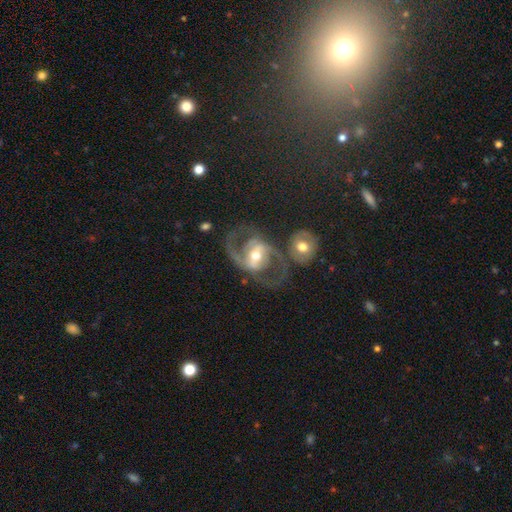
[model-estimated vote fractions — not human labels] Q: Smooth or featured?
A: featured or disk (86%); runner-up: smooth (8%)
Q: Edge-on disk?
A: no (96%); runner-up: yes (4%)
Q: Bar?
A: strong (51%); runner-up: weak (33%)
Q: Spiral arms?
A: yes (88%); runner-up: no (12%)
Q: Spiral winding?
A: medium (56%); runner-up: loose (29%)
Q: Spiral arm count?
A: 2 (89%); runner-up: can't tell (4%)
Q: Bulge size?
A: moderate (70%); runner-up: small (21%)
Q: Merging?
A: none (58%); runner-up: major disturbance (15%)